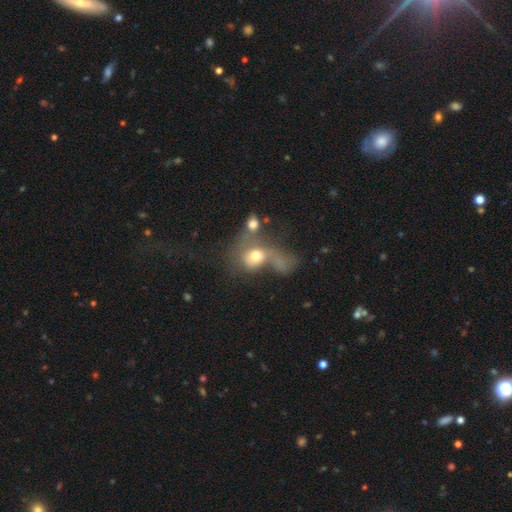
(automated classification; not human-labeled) A smooth galaxy with no disk features (62%) that is round (50%).

Vote fractions:
- Smooth or featured? smooth: 62% / featured or disk: 26% / star or artifact: 12%
- How rounded? round: 50% / in between: 48% / cigar-shaped: 2%
- Merging? merger: 46% / major disturbance: 33% / none: 13% / minor disturbance: 8%